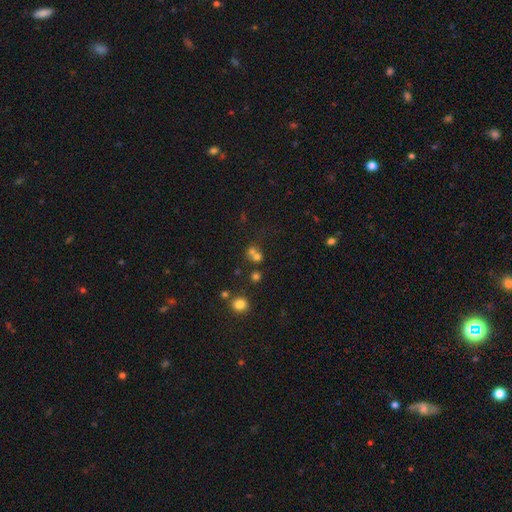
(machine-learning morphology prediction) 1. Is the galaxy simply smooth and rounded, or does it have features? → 66% smooth, 20% star or artifact, 14% featured or disk.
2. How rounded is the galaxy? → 79% round, 20% in between, 1% cigar-shaped.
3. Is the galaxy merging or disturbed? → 51% merger, 39% none, 7% minor disturbance, 4% major disturbance.